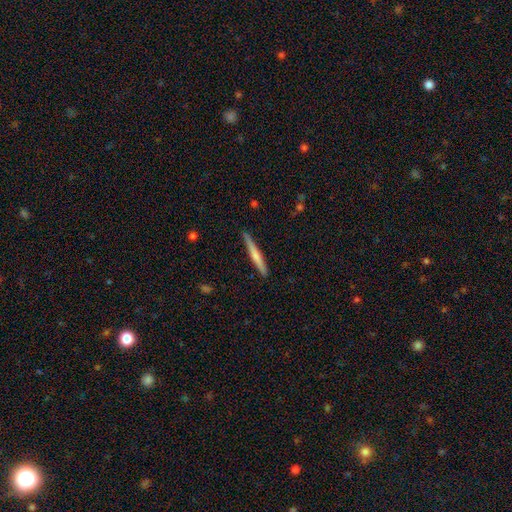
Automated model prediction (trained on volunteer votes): Morphology: type=smooth (54%); roundness=cigar-shaped (96%); merging=none (88%).